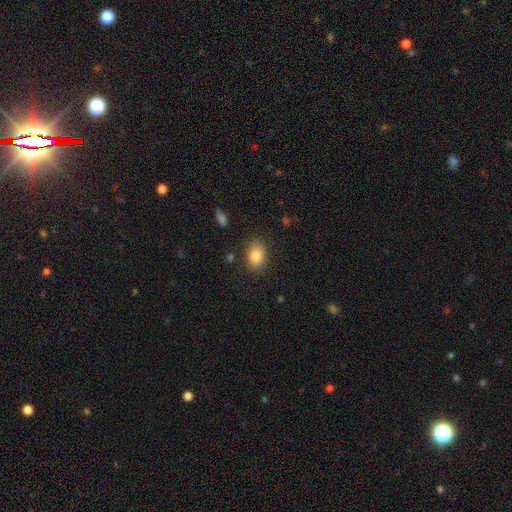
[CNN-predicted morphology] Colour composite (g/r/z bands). It shows a smooth galaxy with no disk features (84%) that is in between round and cigar-shaped (81%). Merging: none (84%).